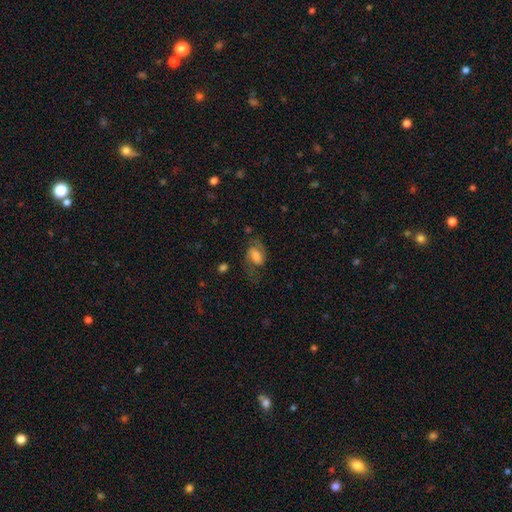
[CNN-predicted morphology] featured or disk 46%, smooth 45%, star or artifact 9%. Down the decision tree: merging — none (52%).